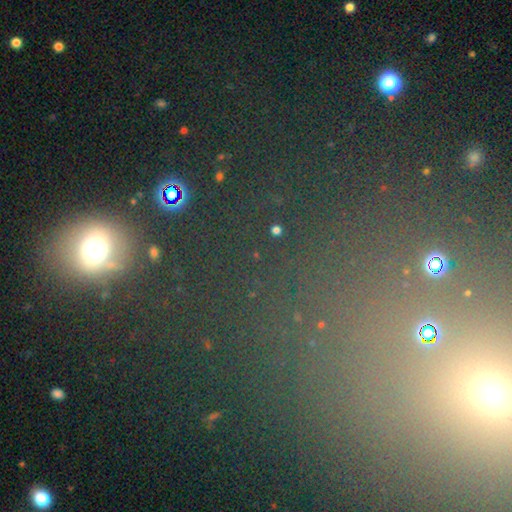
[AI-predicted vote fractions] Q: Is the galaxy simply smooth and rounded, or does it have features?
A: star or artifact — 50%.